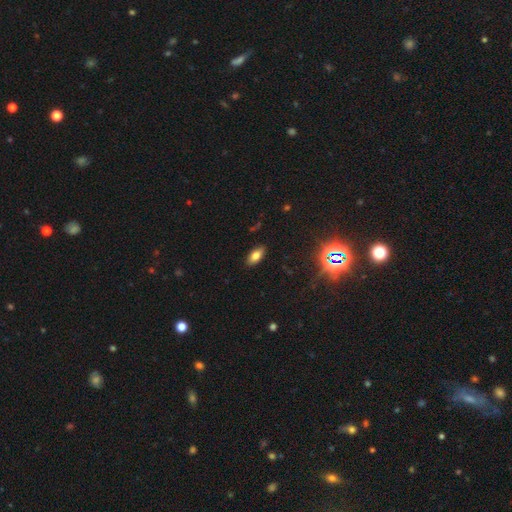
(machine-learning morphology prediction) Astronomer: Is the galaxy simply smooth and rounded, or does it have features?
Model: smooth — 75%.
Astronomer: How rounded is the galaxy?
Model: in between — 89%.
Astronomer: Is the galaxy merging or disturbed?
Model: none — 88%.